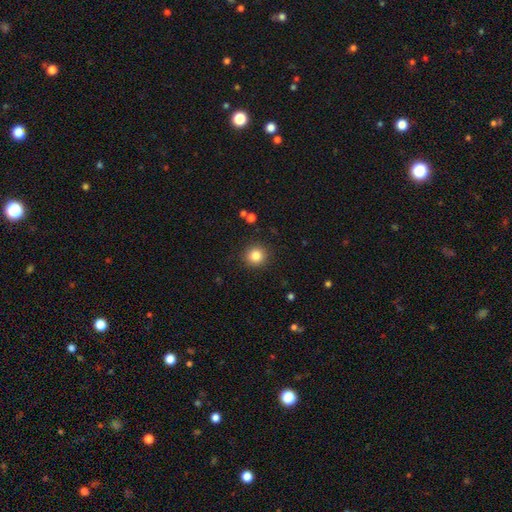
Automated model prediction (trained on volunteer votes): This is clearly a smooth galaxy (84%). How rounded: clearly round (94%). Merging: clearly none (91%).